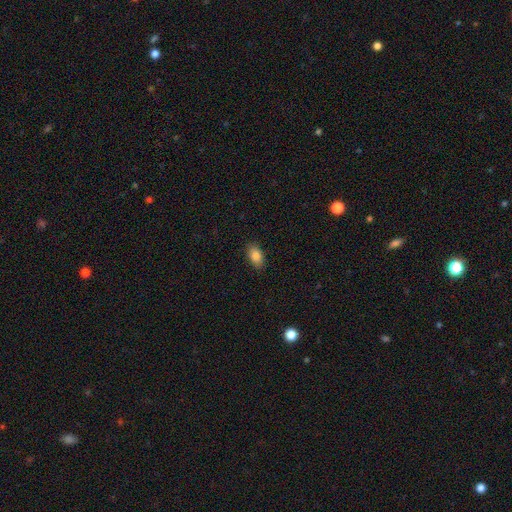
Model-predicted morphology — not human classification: The model was most divided on "smooth or featured": smooth: 86%, star or artifact: 8%, featured or disk: 6%. More confident: how rounded — in between (91%); merging — none (88%).